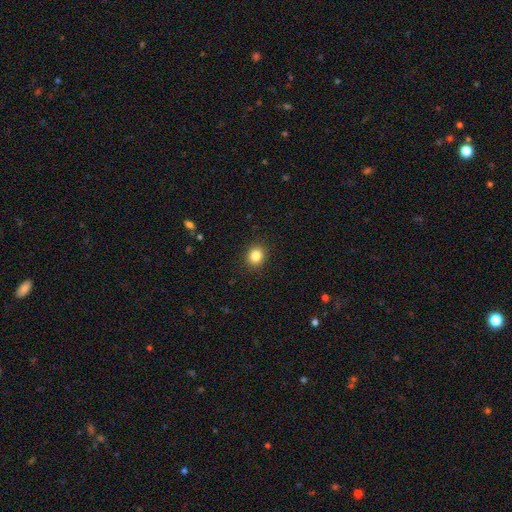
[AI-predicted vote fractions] This appears to be a smooth galaxy with no disk features (84%) that is round (73%). Merging: none (91%).